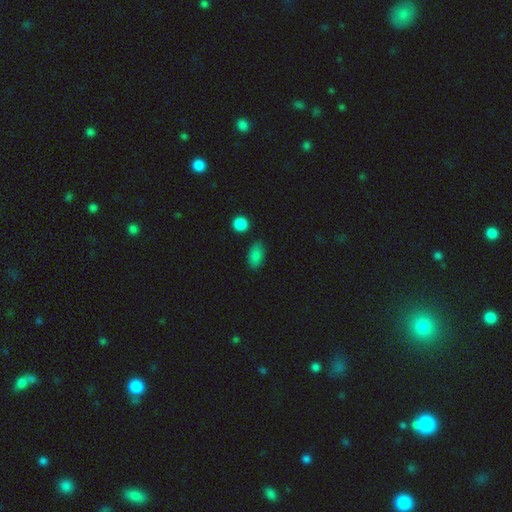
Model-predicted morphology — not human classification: type=smooth (85%); roundness=in between (90%); merging=none (79%).